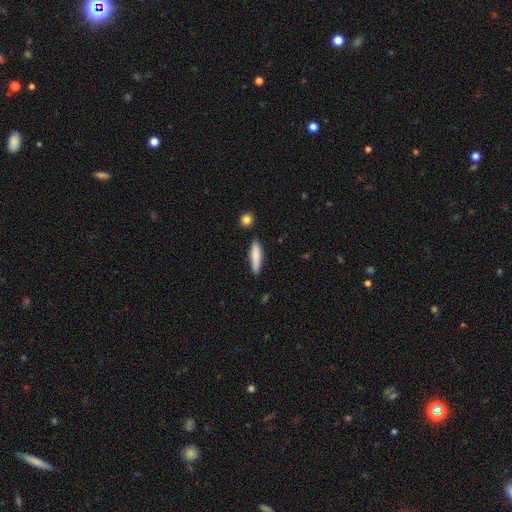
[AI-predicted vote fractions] smooth 79%, featured or disk 15%, star or artifact 6%. Down the decision tree: how rounded — cigar-shaped (78%); merging — none (81%).